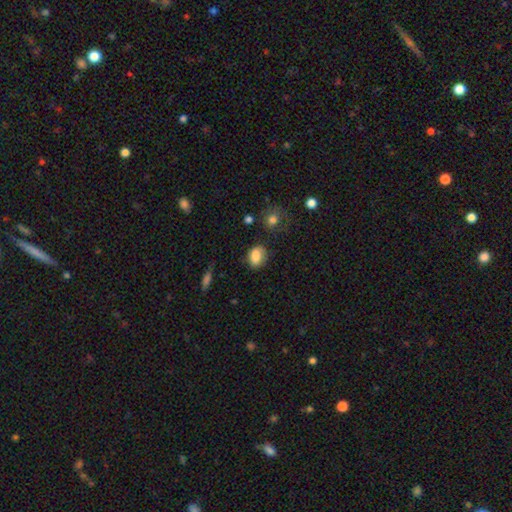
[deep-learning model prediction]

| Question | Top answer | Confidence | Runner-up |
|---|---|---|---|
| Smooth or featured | smooth | 82% | featured or disk (9%) |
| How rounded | in between | 70% | round (28%) |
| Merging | none | 68% | minor disturbance (23%) |